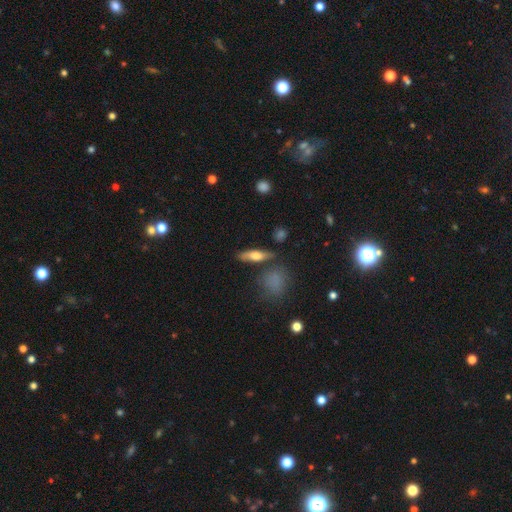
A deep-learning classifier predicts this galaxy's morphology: smooth_or_featured: smooth (p=0.58) [alt: featured or disk p=0.35]
how_rounded: cigar-shaped (p=0.54) [alt: in between p=0.41]
merging: none (p=0.75) [alt: minor disturbance p=0.13]